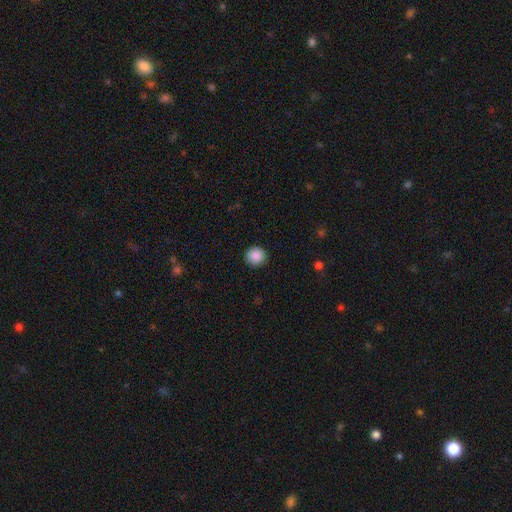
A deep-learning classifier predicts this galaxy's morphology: Q: Smooth or featured?
A: smooth (88%); runner-up: star or artifact (9%)
Q: How rounded?
A: round (92%); runner-up: in between (7%)
Q: Merging?
A: none (91%); runner-up: minor disturbance (6%)